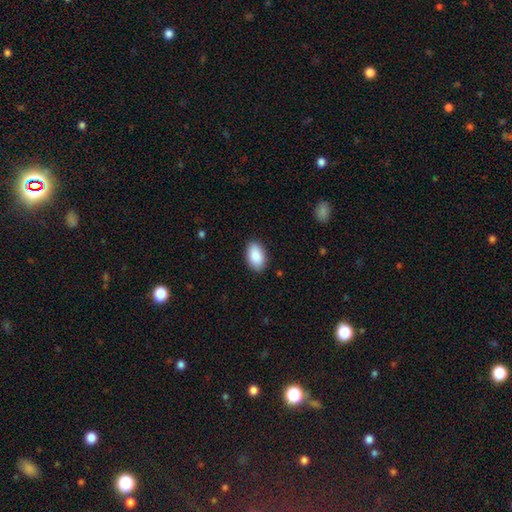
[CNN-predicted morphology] This is clearly a smooth galaxy (90%). How rounded: clearly in between (93%). Merging: clearly none (88%).